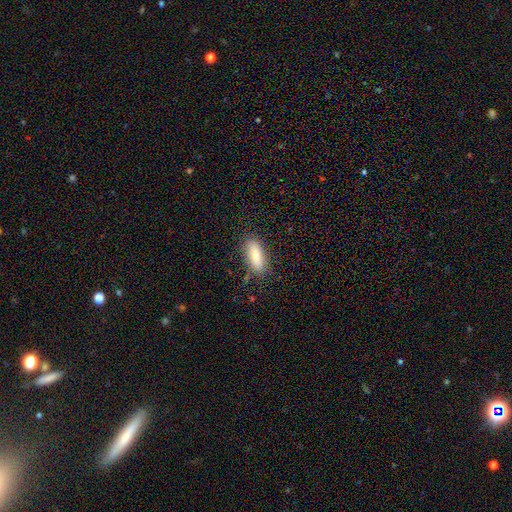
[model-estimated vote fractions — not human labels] smooth-or-featured: smooth: 82% | featured or disk: 11% | star or artifact: 7%
  how-rounded: in between: 72% | cigar-shaped: 26% | round: 2%
  merging: none: 82% | minor disturbance: 13% | major disturbance: 3% | merger: 2%